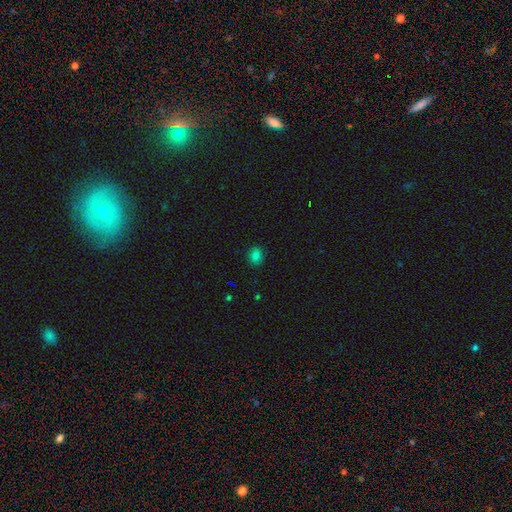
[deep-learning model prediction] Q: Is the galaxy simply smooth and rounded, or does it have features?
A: smooth — 80%.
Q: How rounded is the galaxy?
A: round — 64%.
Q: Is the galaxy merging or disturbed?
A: none — 89%.